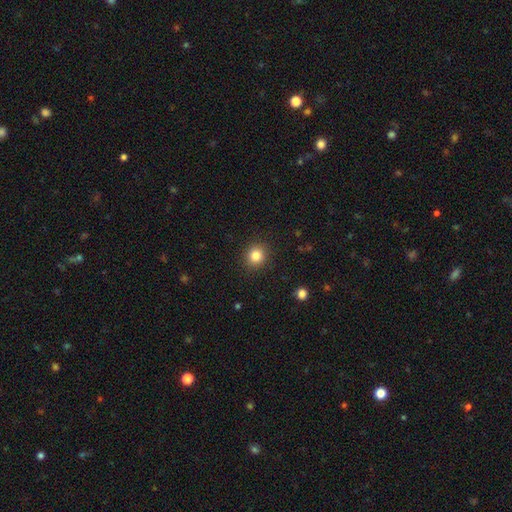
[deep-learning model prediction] A smooth galaxy with no disk features (82%) that is round (86%). Merging: none (90%).